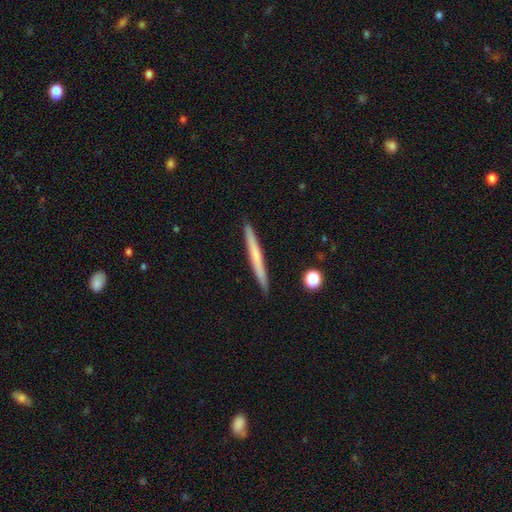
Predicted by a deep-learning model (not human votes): smooth-or-featured: smooth: 52% | featured or disk: 42% | star or artifact: 6%
  how-rounded: cigar-shaped: 97% | in between: 2% | round: 1%
  merging: none: 92% | minor disturbance: 5% | merger: 1% | major disturbance: 1%